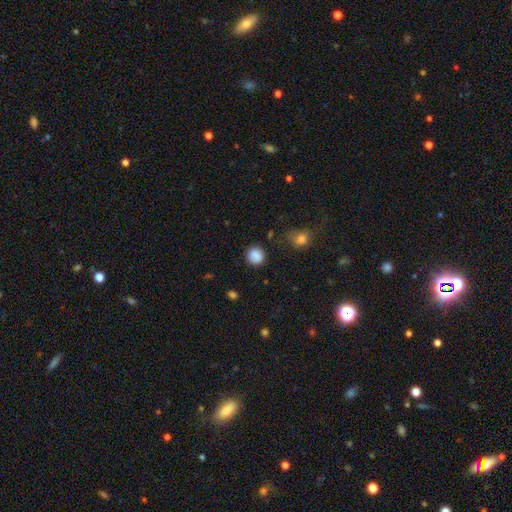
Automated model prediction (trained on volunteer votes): Overall: smooth (86%). How rounded: round (89%). Merging: none (84%).